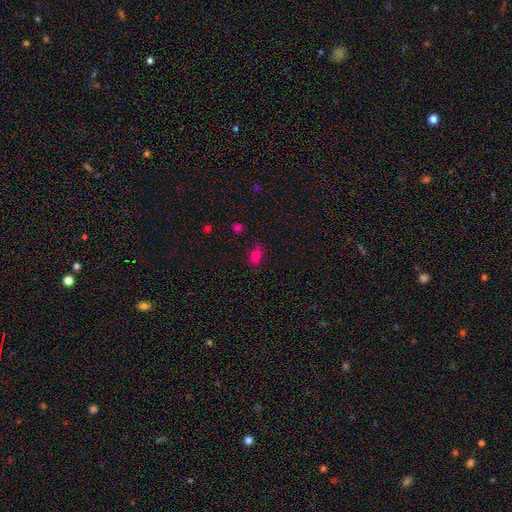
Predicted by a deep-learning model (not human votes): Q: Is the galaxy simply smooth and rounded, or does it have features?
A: smooth — 78%.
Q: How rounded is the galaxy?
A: in between — 89%.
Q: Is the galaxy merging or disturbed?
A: none — 72%.